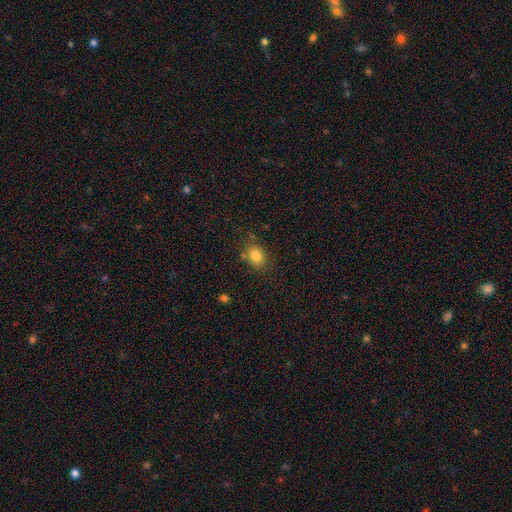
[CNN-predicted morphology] smooth-or-featured: smooth: 82% | star or artifact: 11% | featured or disk: 7%
  how-rounded: in between: 53% | round: 46% | cigar-shaped: 1%
  merging: none: 75% | minor disturbance: 15% | merger: 6% | major disturbance: 4%